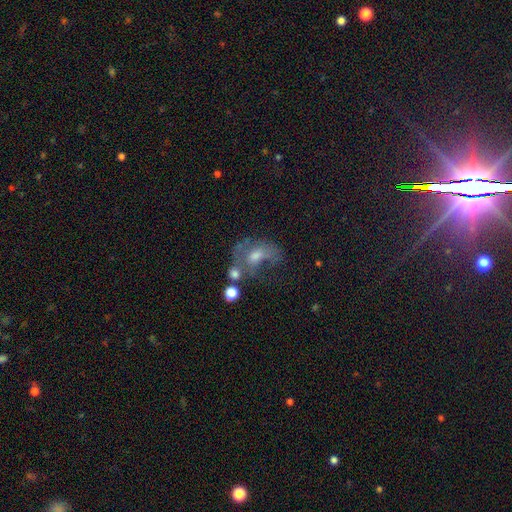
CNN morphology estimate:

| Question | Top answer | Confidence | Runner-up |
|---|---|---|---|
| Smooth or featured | featured or disk | 50% | smooth (32%) |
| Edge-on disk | no | 95% | yes (5%) |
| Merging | major disturbance | 34% | none (31%) |